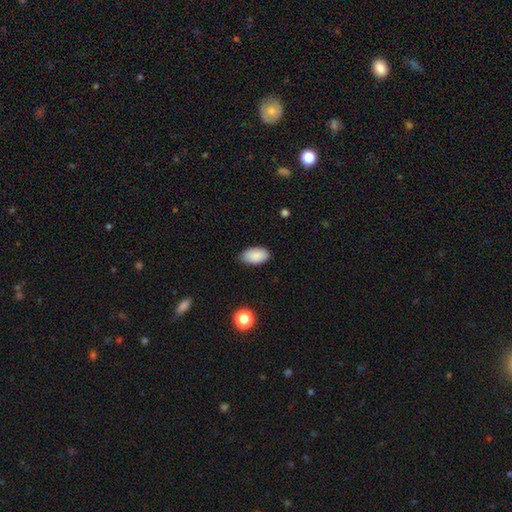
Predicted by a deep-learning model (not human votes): A smooth galaxy with no disk features (89%) that is in between round and cigar-shaped (95%). Merging: none (83%).